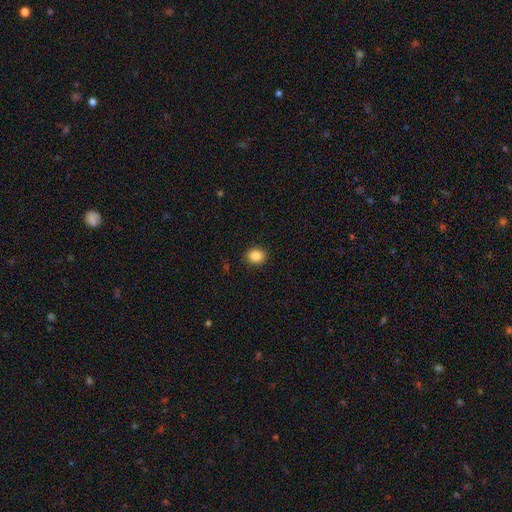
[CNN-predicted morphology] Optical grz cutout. It shows a smooth galaxy with no disk features (87%) that is round (63%). Merging: none (90%).